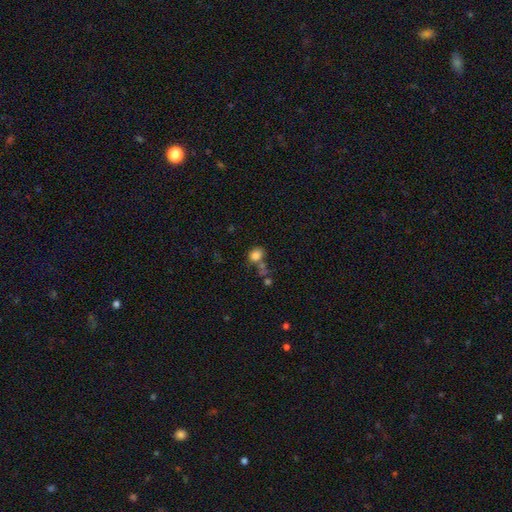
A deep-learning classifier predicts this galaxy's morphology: Smooth or featured: smooth — 81% (star or artifact — 12%)
How rounded: in between — 57% (round — 41%)
Merging: none — 52% (merger — 23%)